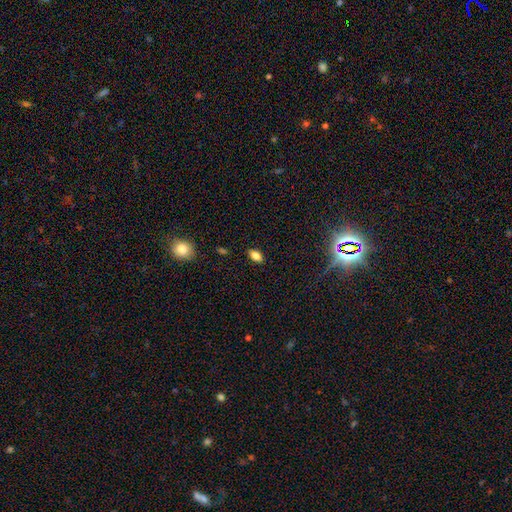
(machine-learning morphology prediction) A smooth galaxy with no disk features (80%) that is in between round and cigar-shaped (89%).

Vote fractions:
- Smooth or featured? smooth: 80% / star or artifact: 11% / featured or disk: 10%
- How rounded? in between: 89% / round: 6% / cigar-shaped: 5%
- Merging? none: 87% / minor disturbance: 9% / major disturbance: 2% / merger: 1%